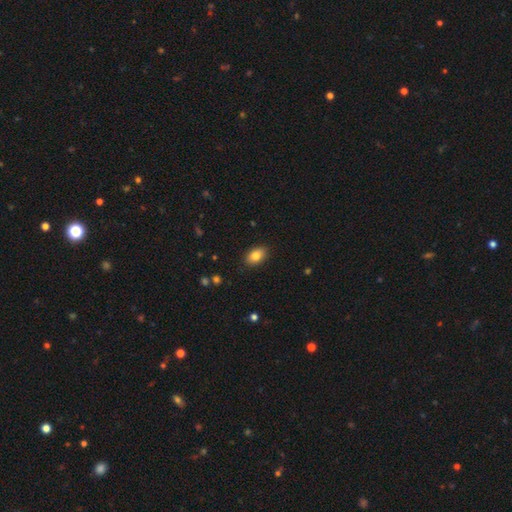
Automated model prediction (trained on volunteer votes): Smooth or featured? smooth (83%)
How rounded? in between (88%)
Merging? none (89%)